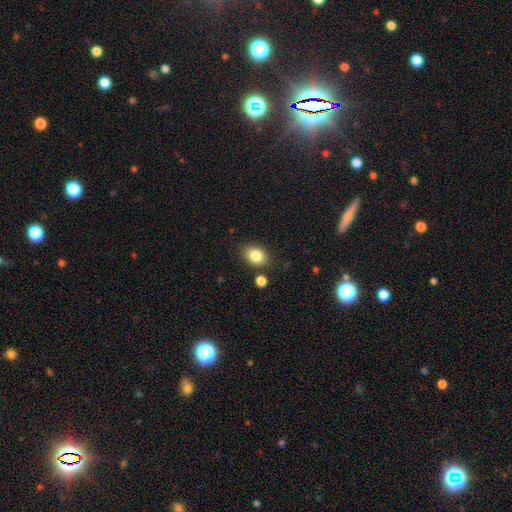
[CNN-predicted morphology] Smooth or featured? Predicted: smooth (p=0.83). How rounded? Predicted: in between (p=0.72). Merging? Predicted: none (p=0.80).